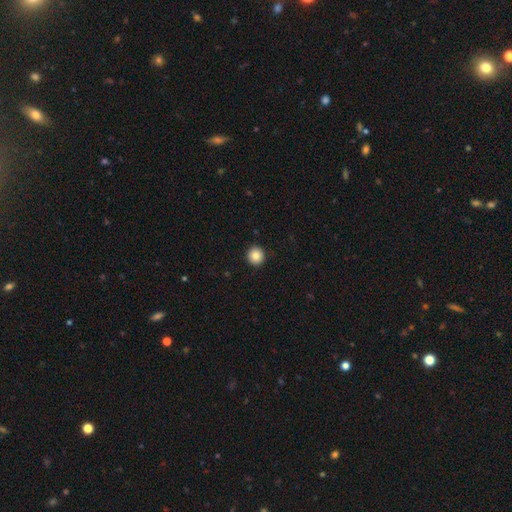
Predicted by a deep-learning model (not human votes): smooth_or_featured: smooth (p=0.85) [alt: star or artifact p=0.09]
how_rounded: round (p=0.94) [alt: in between p=0.05]
merging: none (p=0.93) [alt: minor disturbance p=0.05]